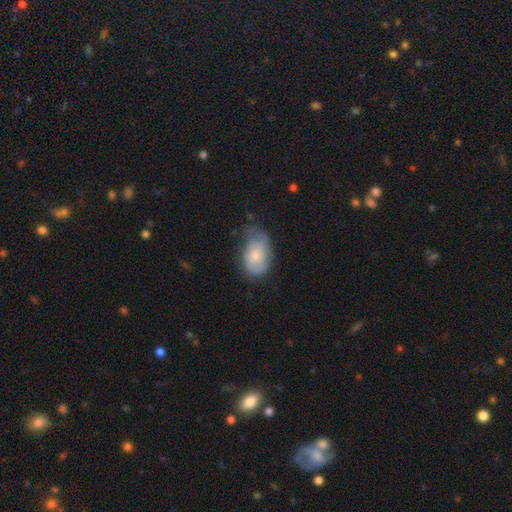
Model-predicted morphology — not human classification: A smooth galaxy with no disk features (66%) that is in between round and cigar-shaped (87%). Merging: minor disturbance (42%).